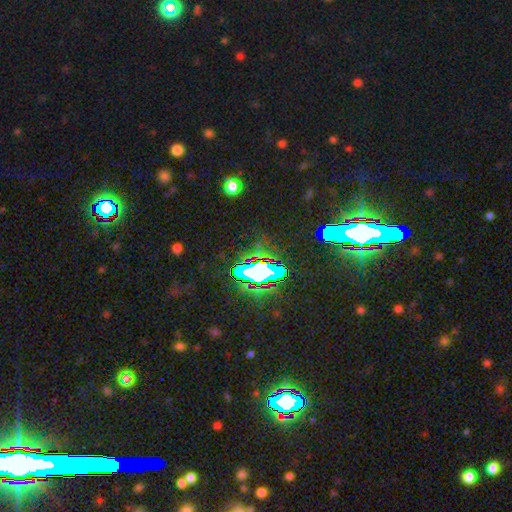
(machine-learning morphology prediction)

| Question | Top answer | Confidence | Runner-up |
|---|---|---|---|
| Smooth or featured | star or artifact | 80% | smooth (11%) |